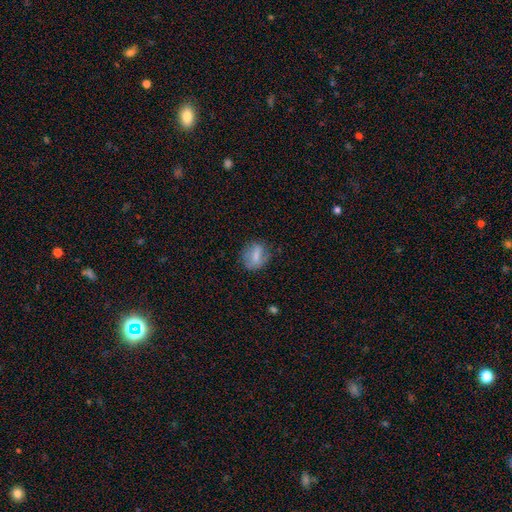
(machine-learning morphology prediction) A smooth galaxy with no disk features (64%) that is in between round and cigar-shaped (49%).

Vote fractions:
- Smooth or featured? smooth: 64% / featured or disk: 27% / star or artifact: 9%
- How rounded? in between: 49% / round: 46% / cigar-shaped: 5%
- Merging? none: 69% / minor disturbance: 21% / major disturbance: 8% / merger: 2%